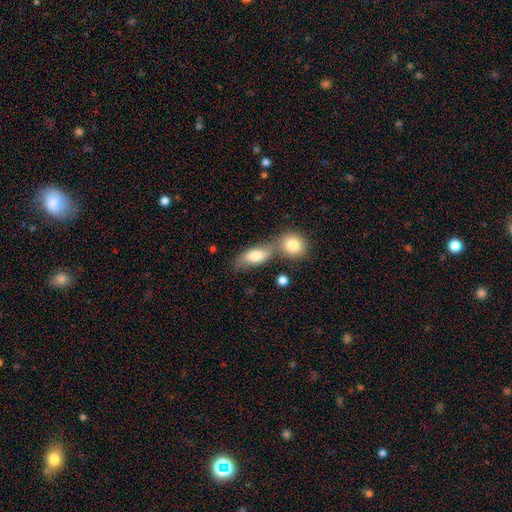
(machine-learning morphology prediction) A smooth galaxy with no disk features (75%) that is in between round and cigar-shaped (77%).

Vote fractions:
- Smooth or featured? smooth: 75% / featured or disk: 17% / star or artifact: 8%
- How rounded? in between: 77% / cigar-shaped: 13% / round: 10%
- Merging? merger: 42% / none: 41% / minor disturbance: 12% / major disturbance: 6%